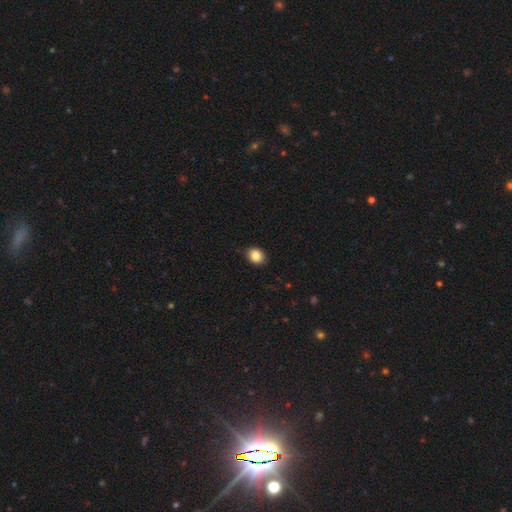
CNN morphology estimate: type=smooth (86%); roundness=round (53%); merging=none (86%).